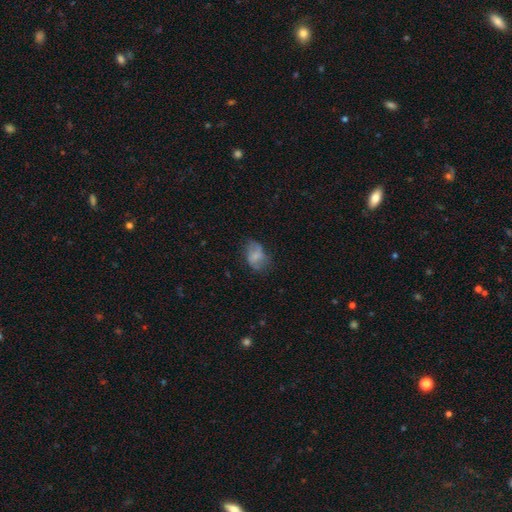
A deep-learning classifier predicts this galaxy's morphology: type=smooth (64%); roundness=in between (82%); merging=none (50%).